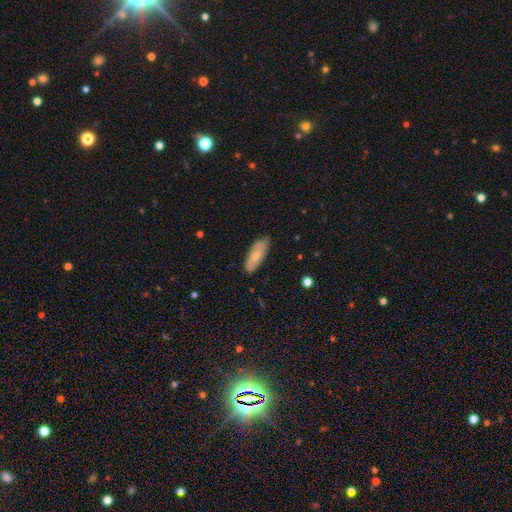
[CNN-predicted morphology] smooth_or_featured: smooth (p=0.54) [alt: featured or disk p=0.40]
how_rounded: in between (p=0.70) [alt: cigar-shaped p=0.27]
merging: none (p=0.82) [alt: minor disturbance p=0.14]